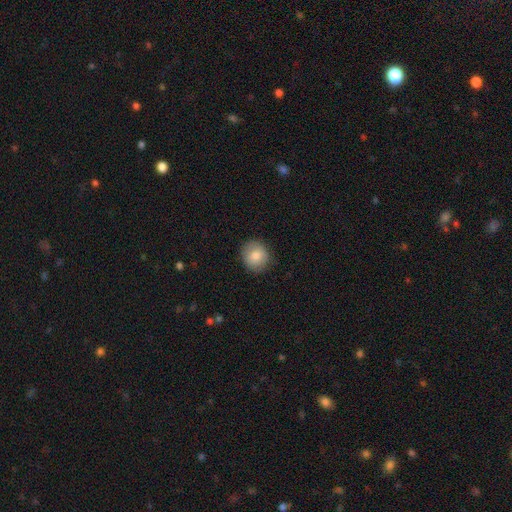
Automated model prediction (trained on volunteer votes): The model was most divided on "smooth or featured": smooth: 80%, featured or disk: 11%, star or artifact: 8%. More confident: merging — none (87%); how rounded — round (87%).